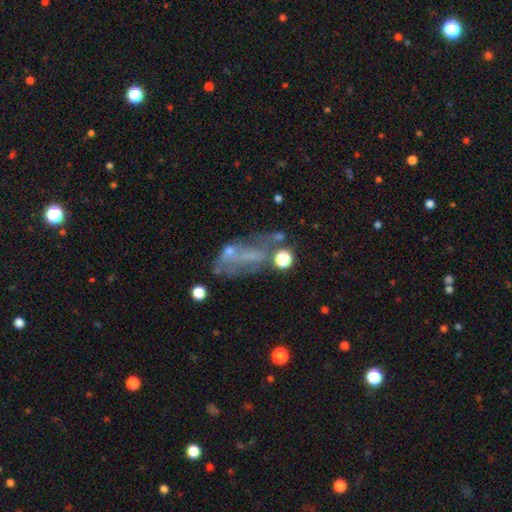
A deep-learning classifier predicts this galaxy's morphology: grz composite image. It shows a featured or disk galaxy (53%). Merging: major disturbance (33%, tied with none).